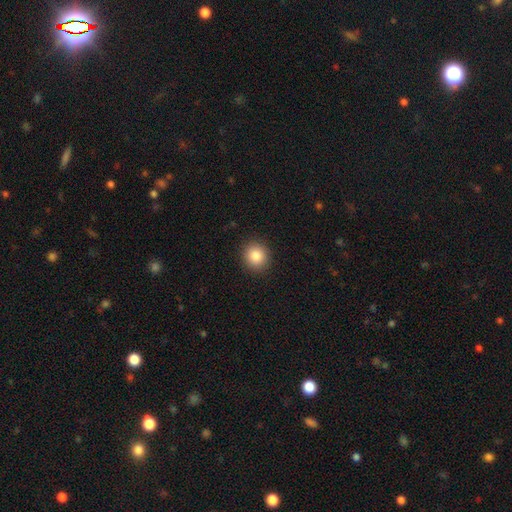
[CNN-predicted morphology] Q: Smooth or featured?
A: smooth (85%); runner-up: star or artifact (9%)
Q: How rounded?
A: round (88%); runner-up: in between (11%)
Q: Merging?
A: none (91%); runner-up: minor disturbance (6%)